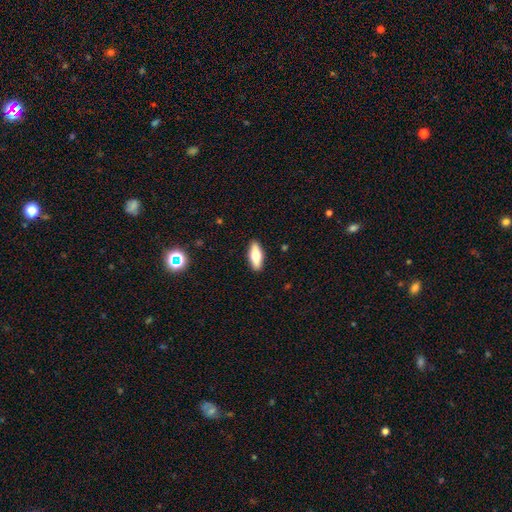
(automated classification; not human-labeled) Smooth or featured?
  - smooth: 66% *
  - featured or disk: 27%
  - star or artifact: 6%
How rounded?
  - in between: 65% *
  - cigar-shaped: 33%
  - round: 3%
Merging?
  - none: 90% *
  - minor disturbance: 8%
  - major disturbance: 2%
  - merger: 1%